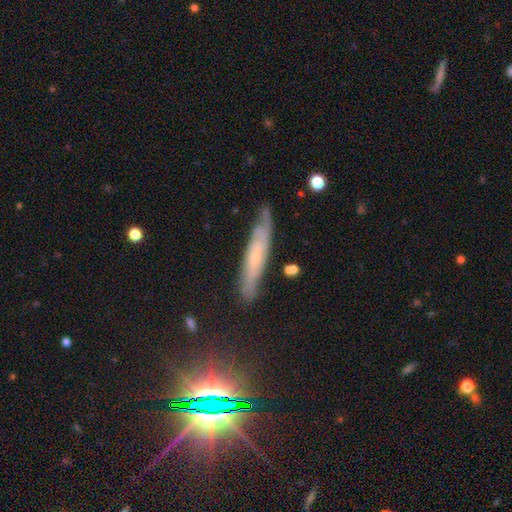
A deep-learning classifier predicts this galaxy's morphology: type=featured or disk (66%); edge-on=no (52%); merging=none (71%).